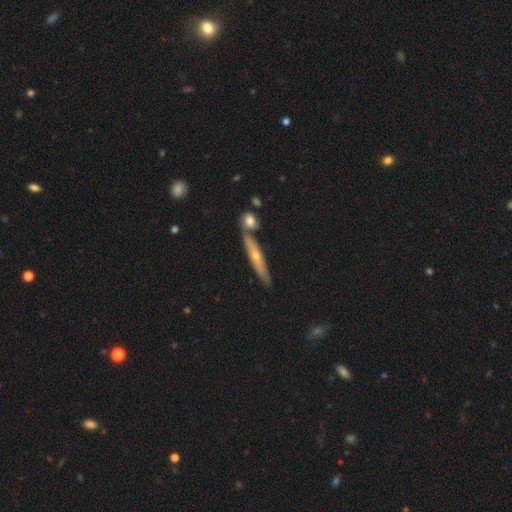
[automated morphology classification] Overall: featured or disk (59%; smooth 35%). Edge-on disk: yes (89%). Edge-on bulge: rounded (74%). Merging: none (72%).